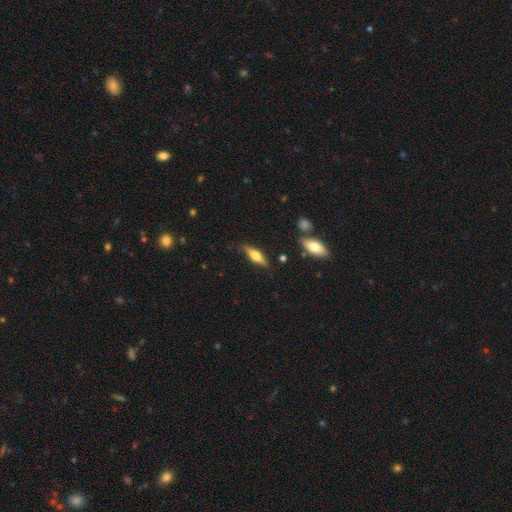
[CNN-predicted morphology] smooth 47%, featured or disk 46%, star or artifact 6%. Down the decision tree: merging — none (81%).